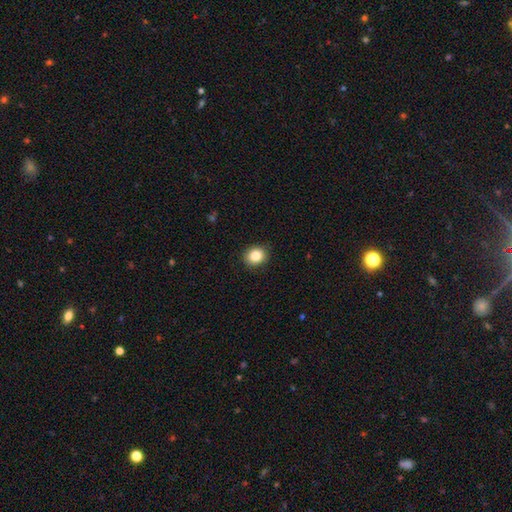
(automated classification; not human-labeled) smooth 85%, star or artifact 9%, featured or disk 5%. Down the decision tree: how rounded — round (74%); merging — none (90%).